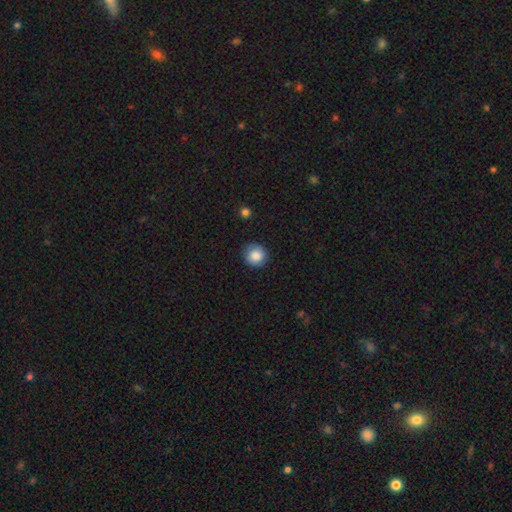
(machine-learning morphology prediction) This is clearly a smooth galaxy (86%). How rounded: clearly round (92%). Merging: clearly none (85%).